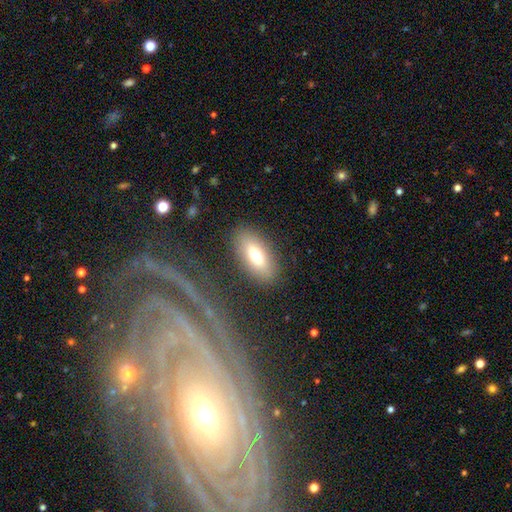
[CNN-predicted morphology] Smooth or featured? Predicted: smooth (p=0.71). How rounded? Predicted: in between (p=0.83). Merging? Predicted: none (p=0.84).